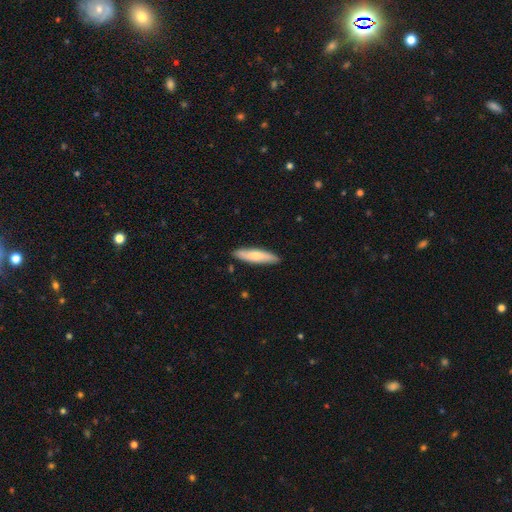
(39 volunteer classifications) A smooth galaxy with no disk features (64%) that is cigar-shaped (64%). Merging: none (89%).